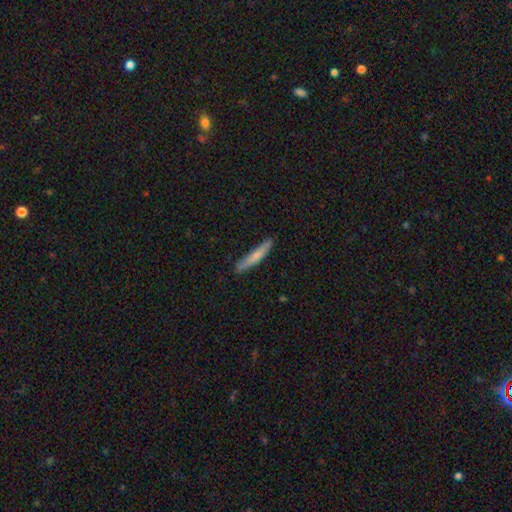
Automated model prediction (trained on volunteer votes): Morphology: type=smooth (69%); roundness=cigar-shaped (94%); merging=none (84%).